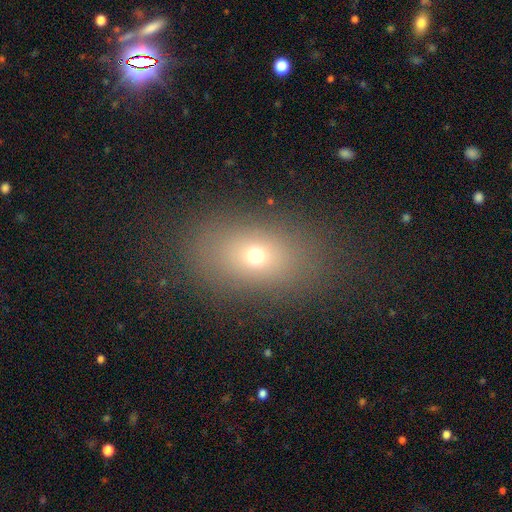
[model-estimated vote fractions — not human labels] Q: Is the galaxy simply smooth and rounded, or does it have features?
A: smooth — 65%.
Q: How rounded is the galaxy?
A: in between — 75%.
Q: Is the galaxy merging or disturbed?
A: none — 80%.